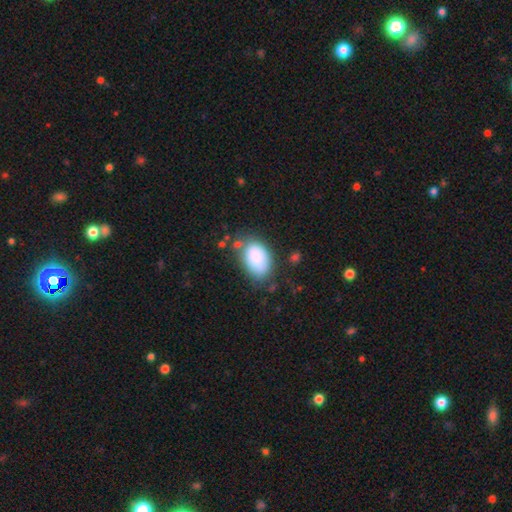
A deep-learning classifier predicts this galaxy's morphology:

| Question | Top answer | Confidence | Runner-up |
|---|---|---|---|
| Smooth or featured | smooth | 84% | featured or disk (9%) |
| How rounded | in between | 90% | round (9%) |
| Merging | none | 60% | minor disturbance (24%) |